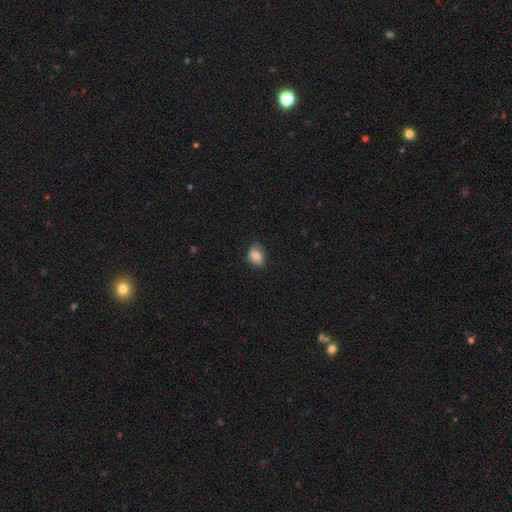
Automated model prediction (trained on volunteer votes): smooth-or-featured: smooth: 81% | featured or disk: 10% | star or artifact: 8%
  how-rounded: in between: 69% | round: 30% | cigar-shaped: 1%
  merging: none: 75% | minor disturbance: 20% | major disturbance: 4% | merger: 1%